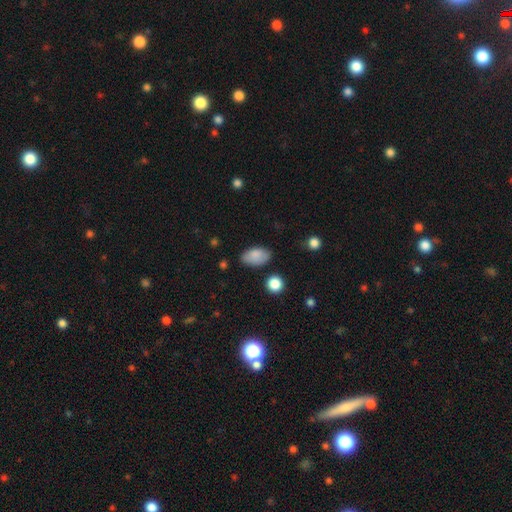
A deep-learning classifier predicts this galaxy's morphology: A smooth galaxy with no disk features (85%) that is in between round and cigar-shaped (93%). Merging: none (77%).